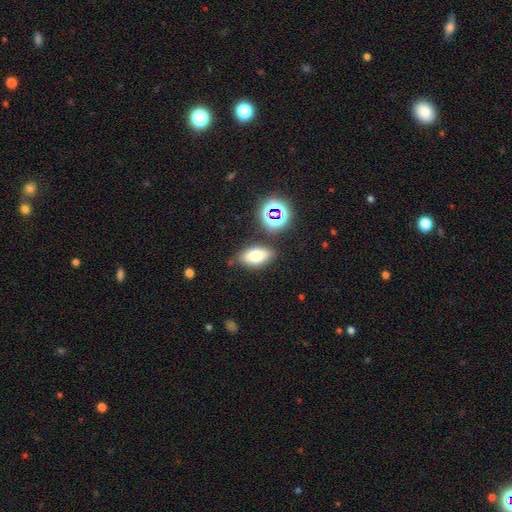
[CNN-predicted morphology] Q: Smooth or featured?
A: smooth (69%); runner-up: featured or disk (16%)
Q: How rounded?
A: in between (87%); runner-up: round (8%)
Q: Merging?
A: none (79%); runner-up: minor disturbance (12%)